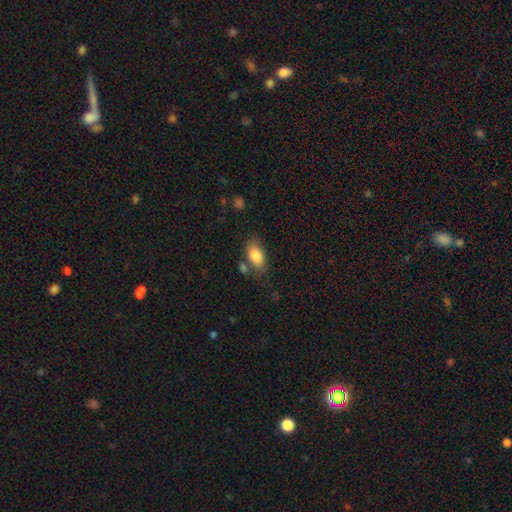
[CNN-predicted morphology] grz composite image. It shows a smooth galaxy with no disk features (86%) that is in between round and cigar-shaped (90%). Merging: none (64%).